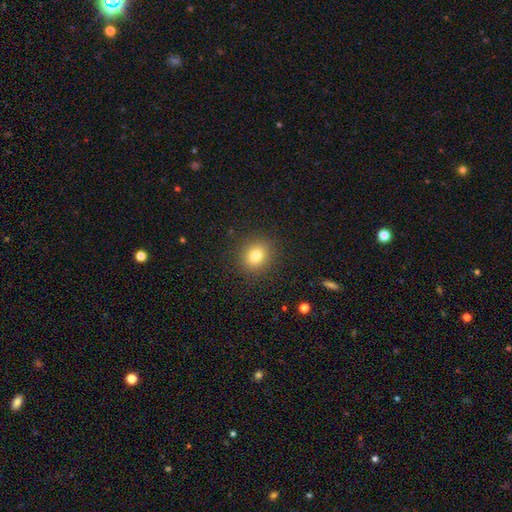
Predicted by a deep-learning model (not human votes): smooth-or-featured: smooth: 80% | star or artifact: 12% | featured or disk: 8%
  how-rounded: round: 71% | in between: 28% | cigar-shaped: 1%
  merging: none: 90% | minor disturbance: 7% | major disturbance: 3% | merger: 1%